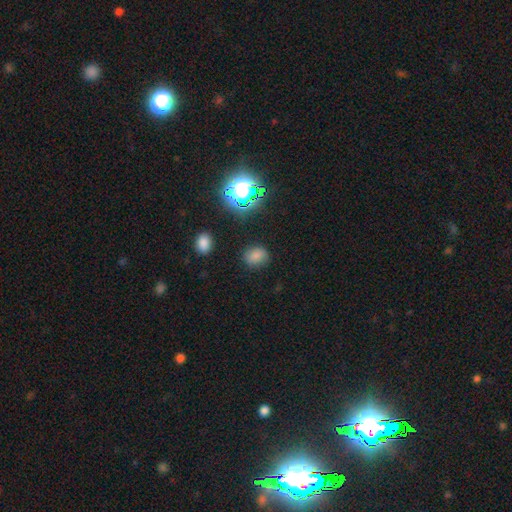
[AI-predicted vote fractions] Smooth or featured? smooth (74%)
How rounded? in between (53%)
Merging? none (80%)